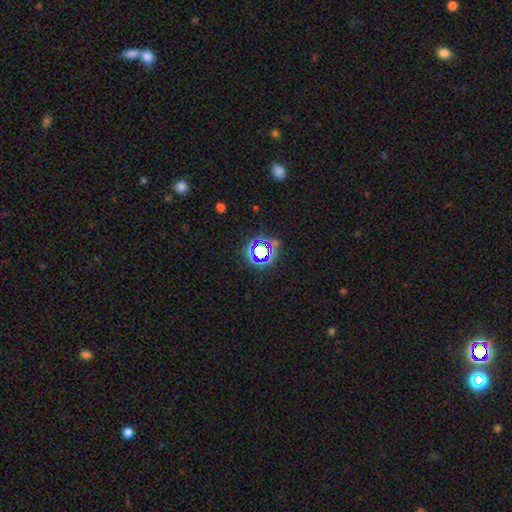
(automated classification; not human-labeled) Smooth or featured?
  - star or artifact: 69% *
  - smooth: 20%
  - featured or disk: 11%